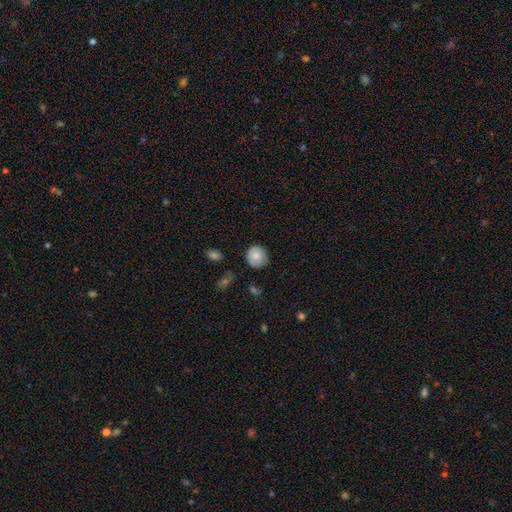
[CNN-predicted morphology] Overall: smooth (77%). How rounded: round (87%). Merging: none (78%).